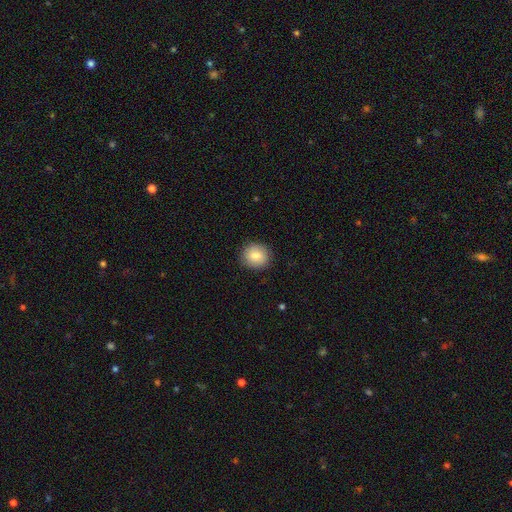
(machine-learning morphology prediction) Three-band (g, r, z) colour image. It shows a smooth galaxy with no disk features (84%) that is round (85%). Merging: none (89%).